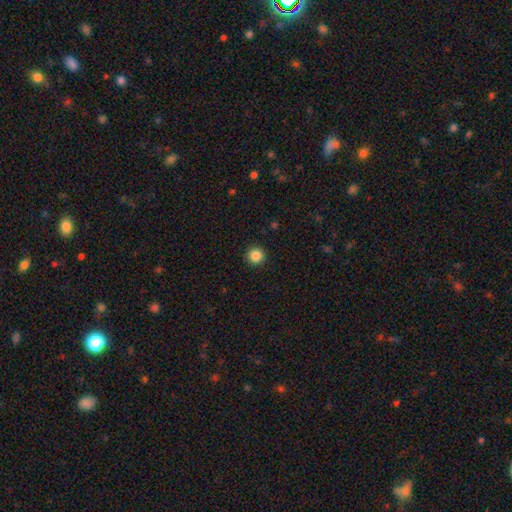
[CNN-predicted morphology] A smooth galaxy with no disk features (86%) that is round (96%). Merging: none (93%).